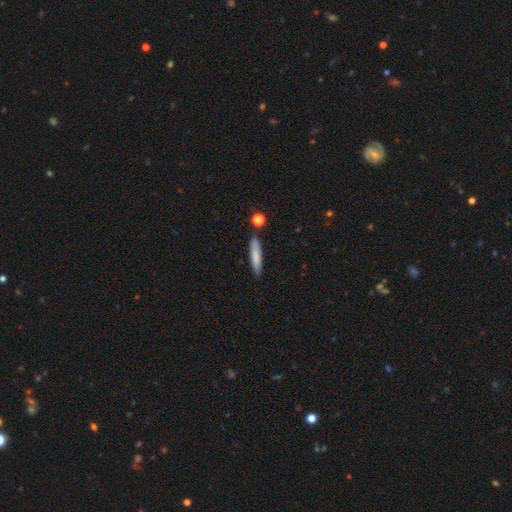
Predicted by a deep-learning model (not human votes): A smooth galaxy with no disk features (78%) that is cigar-shaped (85%).

Vote fractions:
- Smooth or featured? smooth: 78% / featured or disk: 16% / star or artifact: 6%
- How rounded? cigar-shaped: 85% / in between: 13% / round: 2%
- Merging? none: 82% / minor disturbance: 11% / merger: 5% / major disturbance: 2%